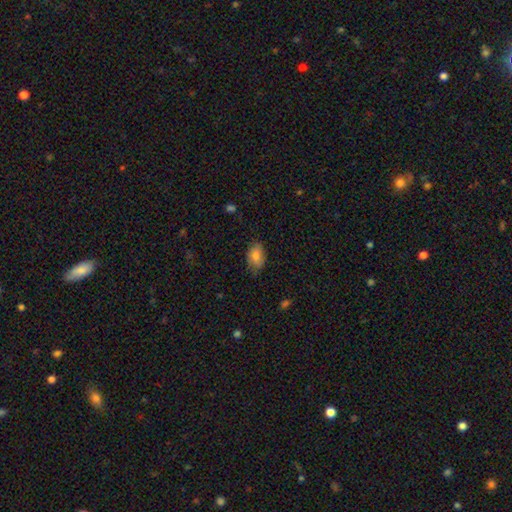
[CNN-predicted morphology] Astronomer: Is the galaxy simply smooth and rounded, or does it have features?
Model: smooth — 79%.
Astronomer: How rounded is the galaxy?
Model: in between — 91%.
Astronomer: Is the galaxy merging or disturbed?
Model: none — 67%.